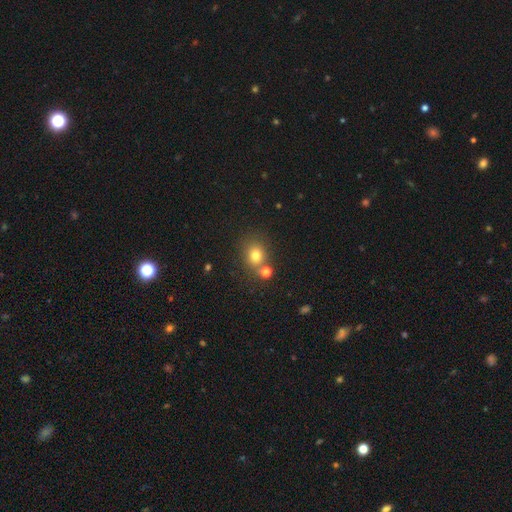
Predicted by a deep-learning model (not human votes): smooth 76%, star or artifact 15%, featured or disk 9%. Down the decision tree: how rounded — round (72%); merging — none (67%).